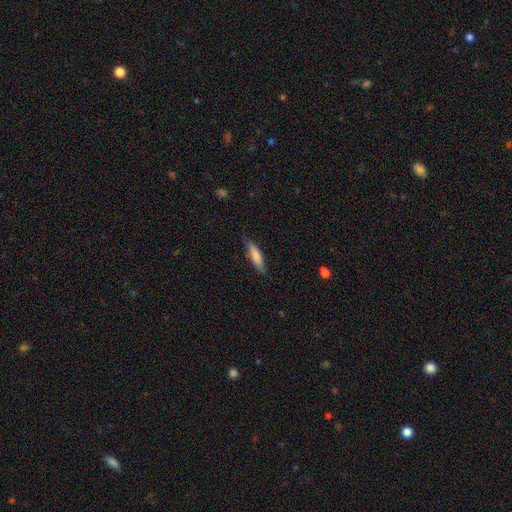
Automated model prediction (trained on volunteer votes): smooth 75%, featured or disk 19%, star or artifact 6%. Down the decision tree: how rounded — cigar-shaped (78%); merging — none (84%).